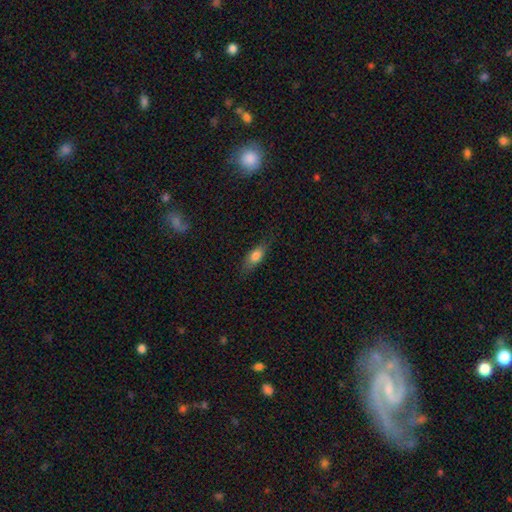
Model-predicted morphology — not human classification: This is likely a smooth galaxy (75%). How rounded: likely in between (72%). Merging: likely none (75%).